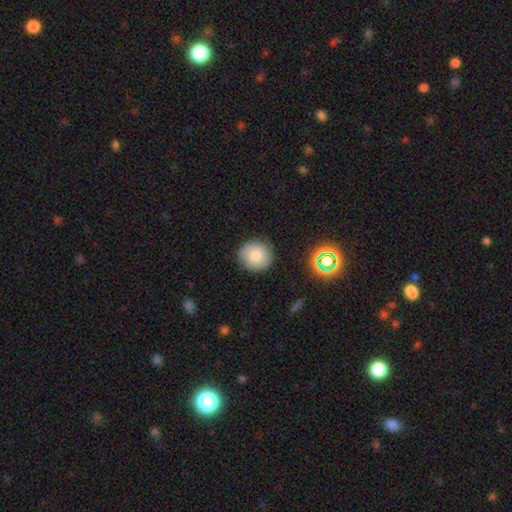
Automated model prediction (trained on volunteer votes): smooth 77%, featured or disk 12%, star or artifact 11%. Down the decision tree: how rounded — round (89%); merging — none (87%).